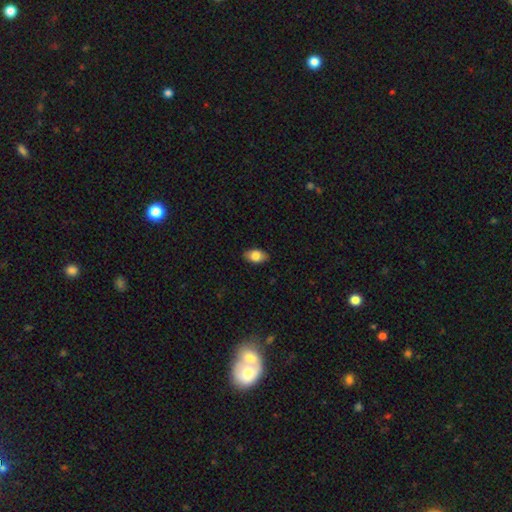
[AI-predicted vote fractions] A smooth galaxy with no disk features (83%) that is in between round and cigar-shaped (90%).

Vote fractions:
- Smooth or featured? smooth: 83% / featured or disk: 10% / star or artifact: 7%
- How rounded? in between: 90% / round: 8% / cigar-shaped: 2%
- Merging? none: 87% / minor disturbance: 10% / major disturbance: 2% / merger: 1%